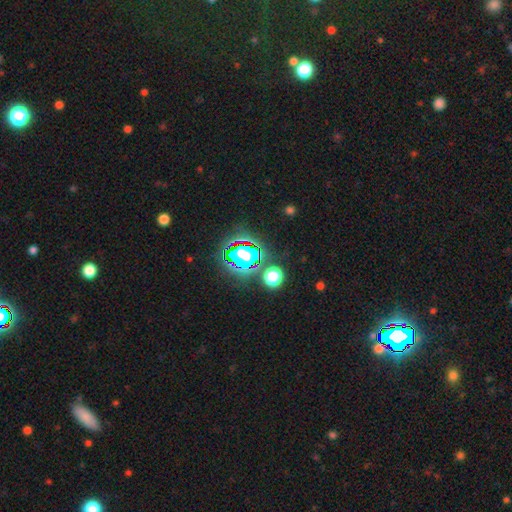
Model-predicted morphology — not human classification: Smooth or featured? star or artifact (80%)